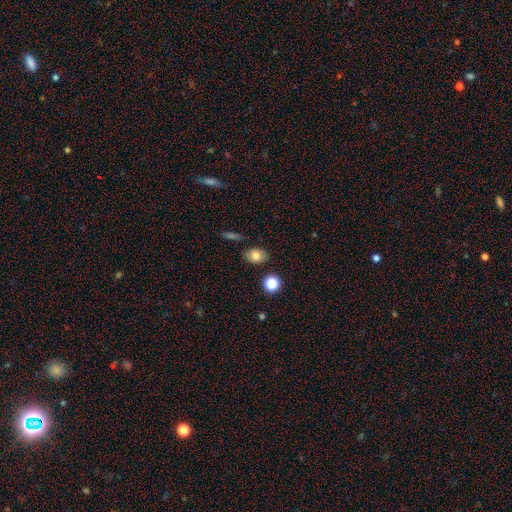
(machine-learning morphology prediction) This is likely a smooth galaxy (78%). How rounded: likely in between (71%). Merging: clearly none (82%).